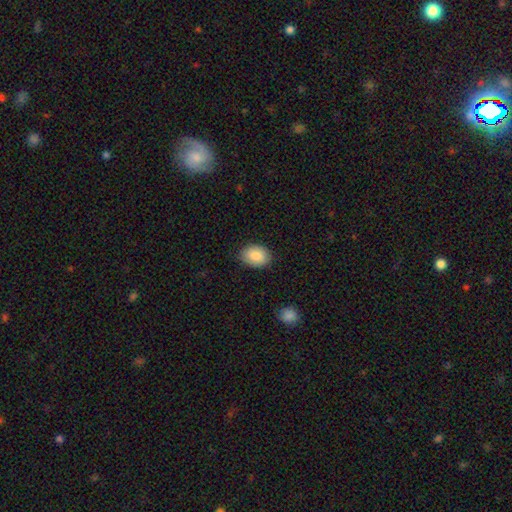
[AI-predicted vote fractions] The model was most divided on "how rounded": in between: 73%, round: 26%, cigar-shaped: 1%. More confident: smooth or featured — smooth (86%); merging — none (84%).